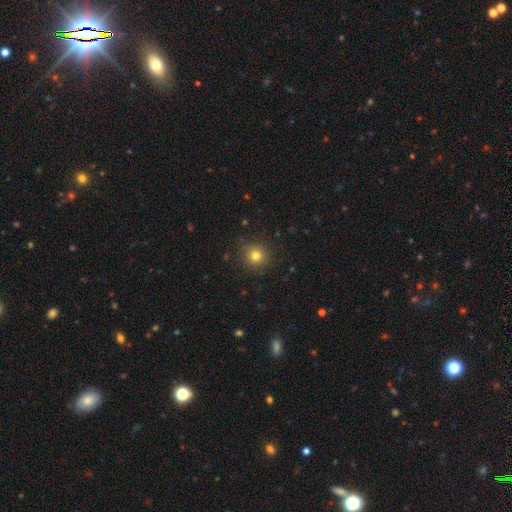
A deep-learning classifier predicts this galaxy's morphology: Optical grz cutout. It shows a smooth galaxy with no disk features (78%) that is round (91%). Merging: none (88%).